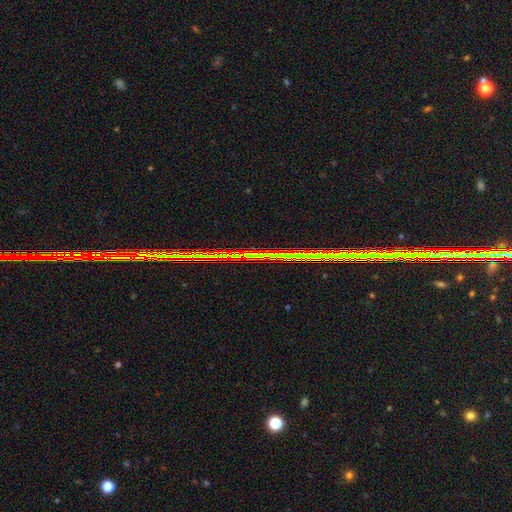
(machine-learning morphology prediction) Smooth or featured? star or artifact (75%)